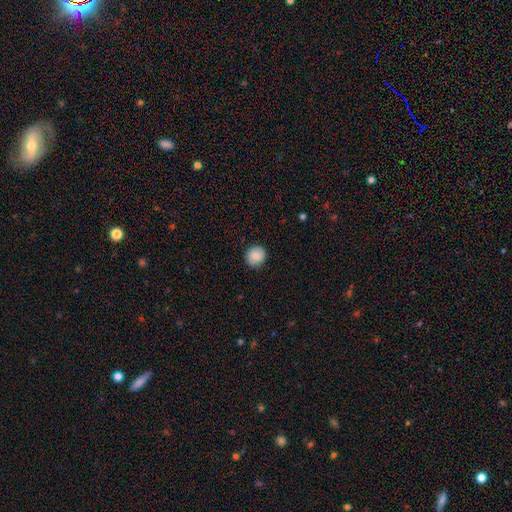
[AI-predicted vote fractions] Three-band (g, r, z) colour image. It shows a smooth galaxy with no disk features (85%) that is round (90%). Merging: none (88%).